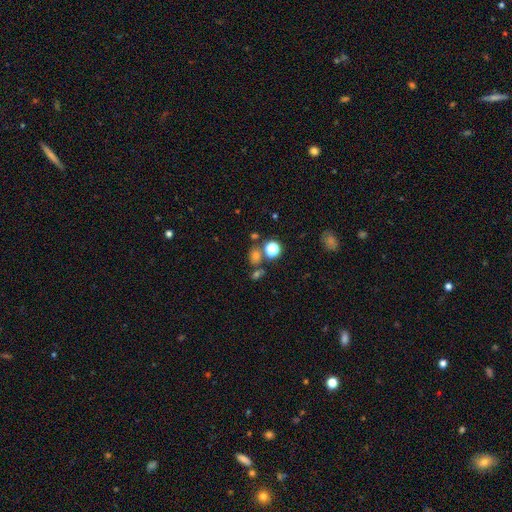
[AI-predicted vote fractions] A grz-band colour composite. It shows a smooth galaxy with no disk features (63%) that is round (59%). Merging: none (63%).